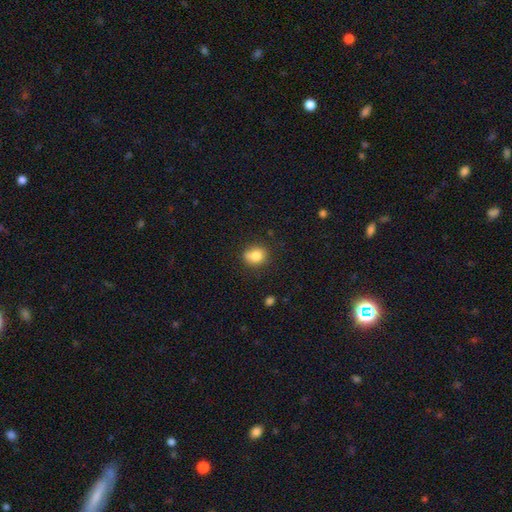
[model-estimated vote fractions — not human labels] smooth-or-featured: smooth: 80% | star or artifact: 10% | featured or disk: 9%
  how-rounded: round: 68% | in between: 32% | cigar-shaped: 1%
  merging: none: 66% | minor disturbance: 19% | merger: 9% | major disturbance: 5%